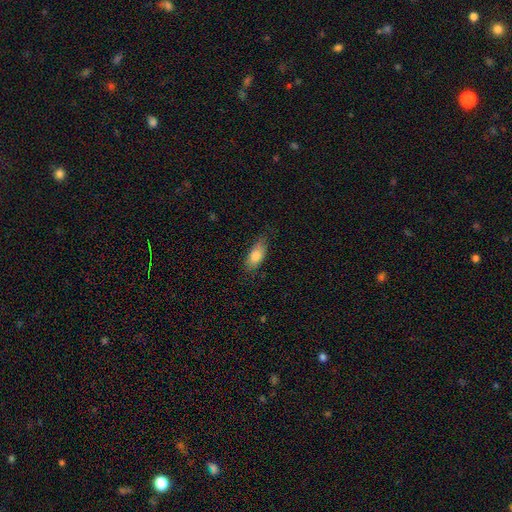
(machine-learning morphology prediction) smooth 81%, featured or disk 12%, star or artifact 7%. Down the decision tree: how rounded — in between (83%); merging — none (68%).